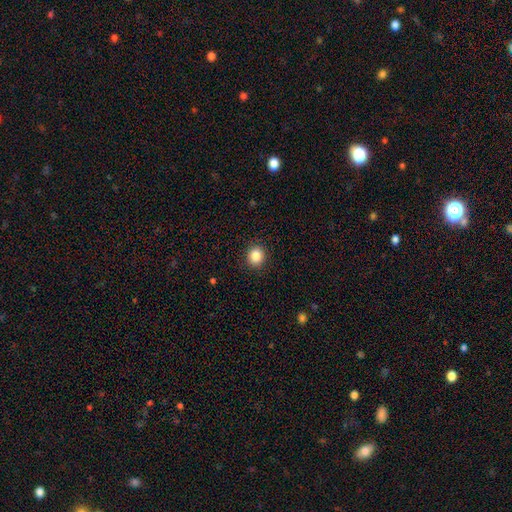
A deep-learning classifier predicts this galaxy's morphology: smooth-or-featured: smooth: 86% | star or artifact: 10% | featured or disk: 4%
  how-rounded: round: 78% | in between: 21% | cigar-shaped: 1%
  merging: none: 91% | minor disturbance: 6% | major disturbance: 2% | merger: 1%